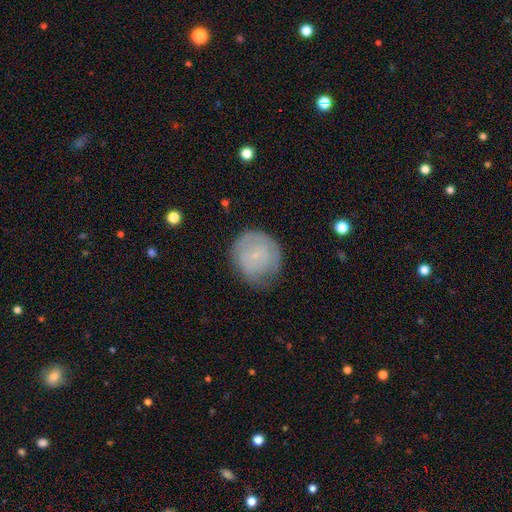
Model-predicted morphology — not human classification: A smooth galaxy with no disk features (48%).

Vote fractions:
- Smooth or featured? smooth: 48% / featured or disk: 44% / star or artifact: 7%
- Merging? none: 65% / minor disturbance: 24% / major disturbance: 9% / merger: 2%